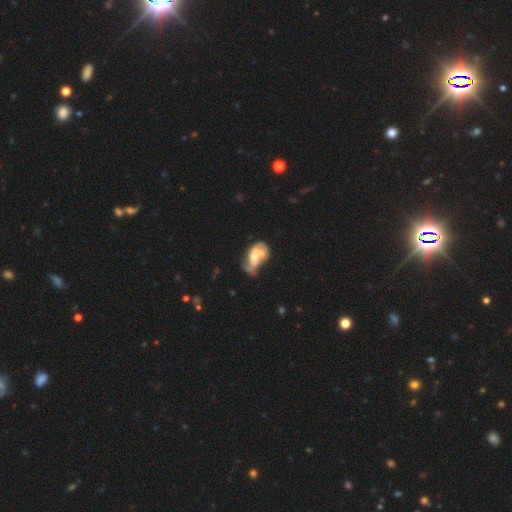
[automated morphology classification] type=featured or disk (63%); edge-on=no (97%); bar=no (67%); spiral arms=yes (63%); bulge=moderate (55%); merging=merger (56%).